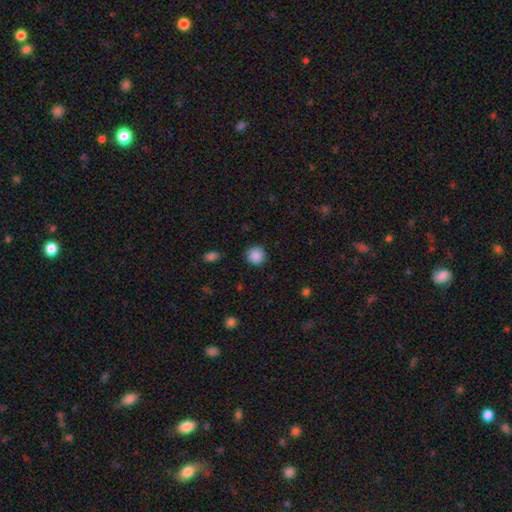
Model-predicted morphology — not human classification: This appears to be a smooth galaxy with no disk features (88%) that is round (94%). Merging: none (90%).